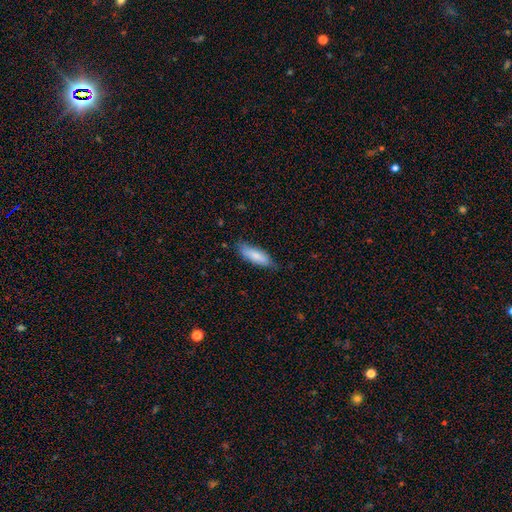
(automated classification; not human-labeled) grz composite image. It shows a smooth galaxy with no disk features (81%) that is in between round and cigar-shaped (54%). Merging: none (74%).